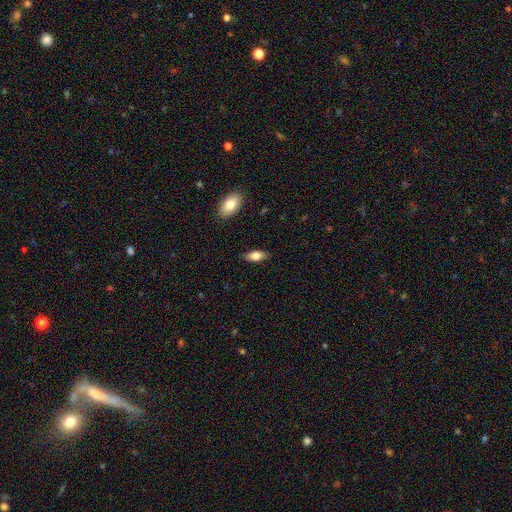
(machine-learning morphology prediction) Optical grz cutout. It shows a smooth galaxy with no disk features (76%) that is in between round and cigar-shaped (85%). Merging: none (85%).